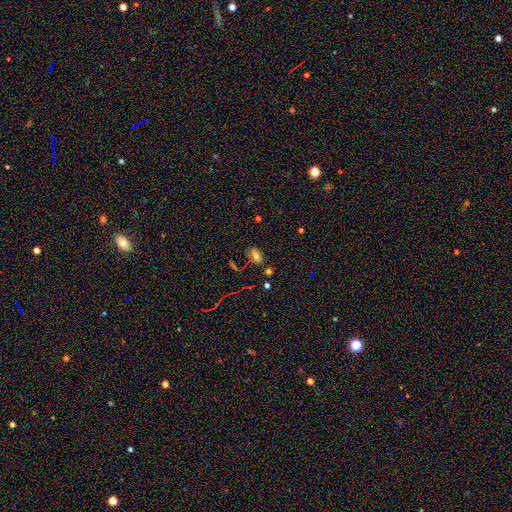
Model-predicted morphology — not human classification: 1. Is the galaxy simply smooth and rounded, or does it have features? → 64% smooth, 22% star or artifact, 14% featured or disk.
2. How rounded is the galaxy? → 84% in between, 9% cigar-shaped, 7% round.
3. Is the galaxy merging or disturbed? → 70% none, 18% minor disturbance, 6% merger, 6% major disturbance.